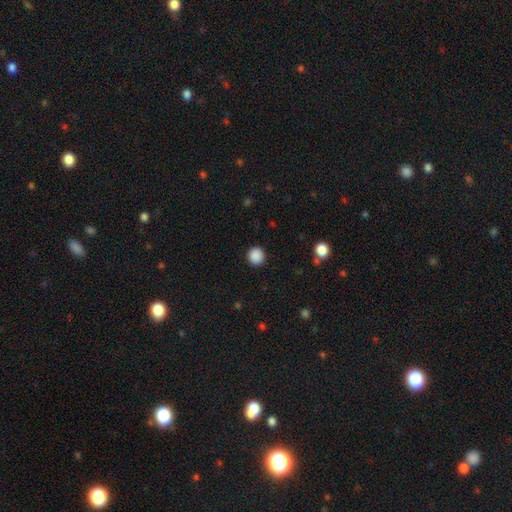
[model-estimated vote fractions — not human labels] Smooth or featured? smooth (88%)
How rounded? round (93%)
Merging? none (92%)